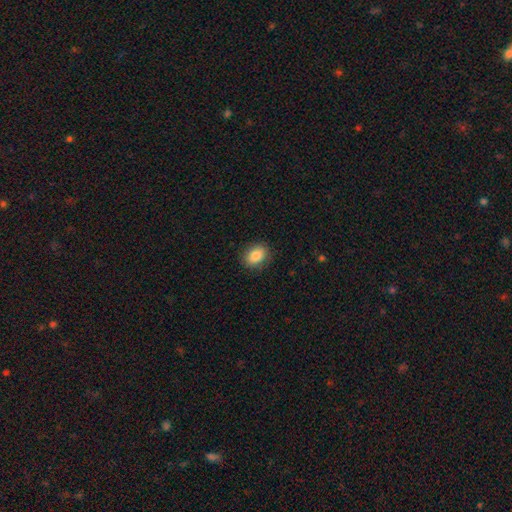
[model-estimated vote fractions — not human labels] This appears to be a smooth galaxy with no disk features (85%) that is in between round and cigar-shaped (68%). Merging: none (86%).